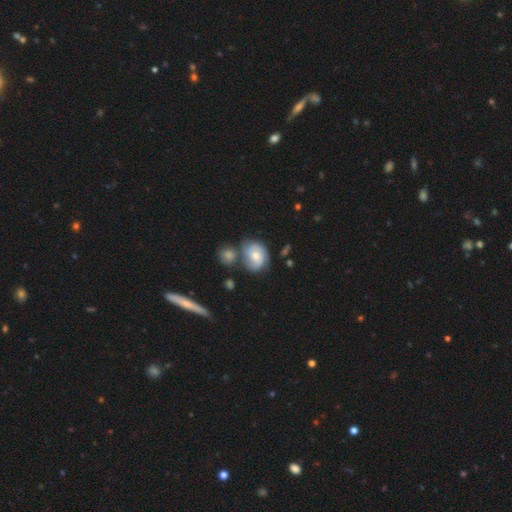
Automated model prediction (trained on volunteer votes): A featured or disk galaxy (64%) with no bar (64%), 2 (48%) tight (46%) spiral arms (90%) and a moderate central bulge (64%).

Vote fractions:
- Smooth or featured? featured or disk: 64% / smooth: 29% / star or artifact: 7%
- Edge-on disk? no: 97% / yes: 3%
- Bar? no: 64% / weak: 31% / strong: 5%
- Spiral arms? yes: 90% / no: 10%
- Spiral winding? tight: 46% / medium: 40% / loose: 14%
- Spiral arm count? 2: 48% / 3: 22% / can't tell: 21% / 1: 4% / 4: 3% / more than 4: 3%
- Bulge size? moderate: 64% / small: 29% / large: 4% / none: 2% / dominant: 1%
- Merging? none: 54% / minor disturbance: 19% / merger: 19% / major disturbance: 7%